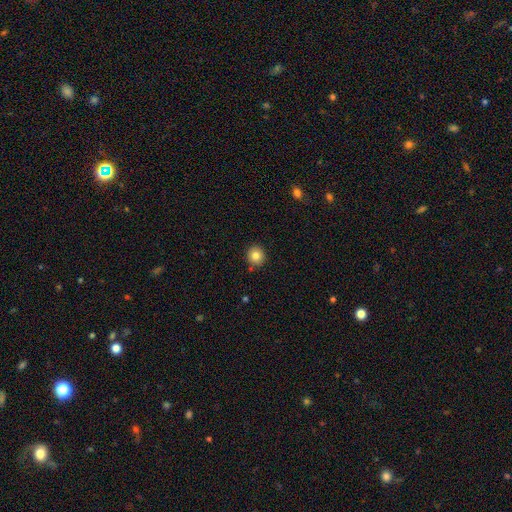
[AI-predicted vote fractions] This appears to be a smooth galaxy with no disk features (83%) that is round (90%). Merging: none (87%).